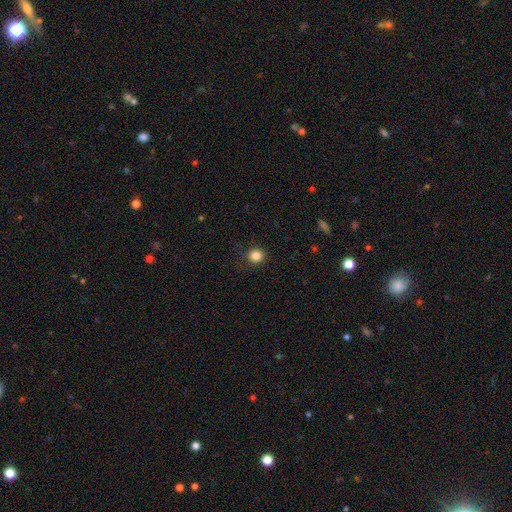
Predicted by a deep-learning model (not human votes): Overall: smooth (85%). How rounded: round (92%). Merging: none (89%).